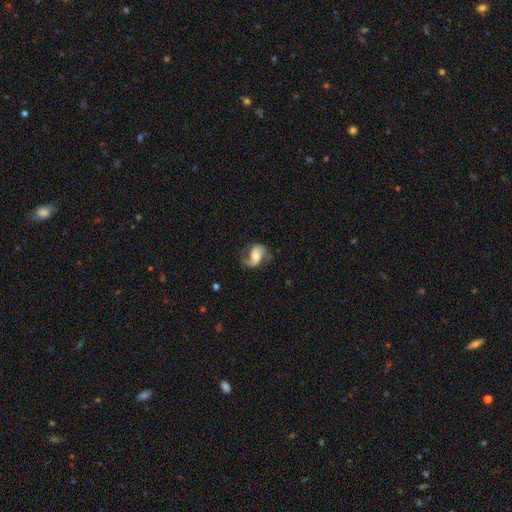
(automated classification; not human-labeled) Smooth or featured: featured or disk — 77% (smooth — 17%)
Edge-on disk: no — 97% (yes — 3%)
Bar: weak — 41% (no — 35%)
Spiral arms: yes — 94% (no — 6%)
Spiral winding: loose — 44% (medium — 43%)
Spiral arm count: 2 — 89% (1 — 4%)
Bulge size: moderate — 49% (small — 24%)
Merging: none — 69% (minor disturbance — 18%)